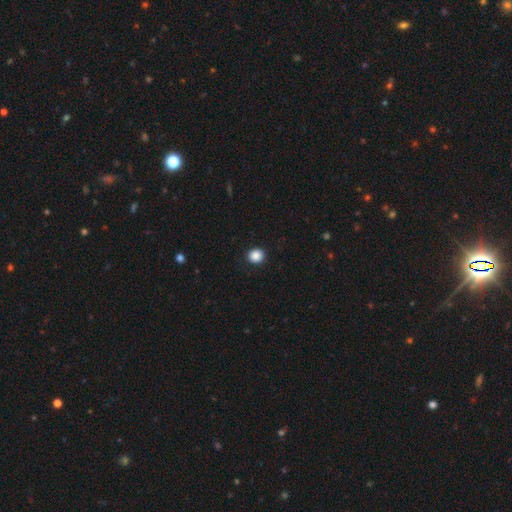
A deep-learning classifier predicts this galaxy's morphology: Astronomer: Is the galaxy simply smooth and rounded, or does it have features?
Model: smooth — 88%.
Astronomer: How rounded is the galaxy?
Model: round — 85%.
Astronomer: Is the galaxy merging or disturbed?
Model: none — 91%.